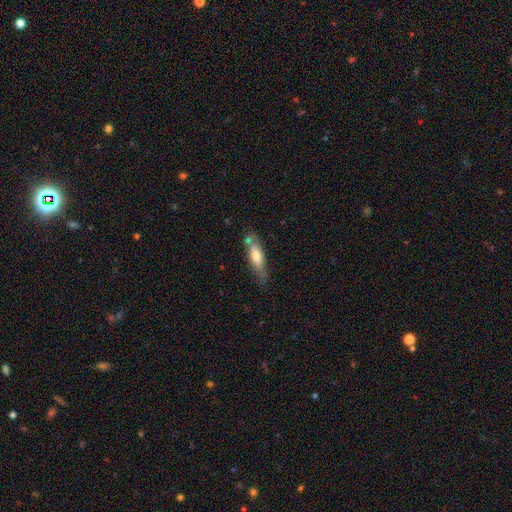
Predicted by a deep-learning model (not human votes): Smooth or featured: smooth — 61% (featured or disk — 32%)
How rounded: in between — 53% (cigar-shaped — 45%)
Merging: none — 59% (minor disturbance — 22%)